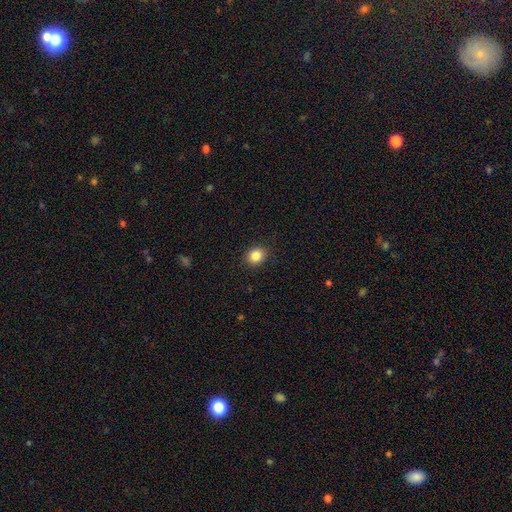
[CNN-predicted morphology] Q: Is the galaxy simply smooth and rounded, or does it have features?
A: smooth — 85%.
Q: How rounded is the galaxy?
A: round — 67%.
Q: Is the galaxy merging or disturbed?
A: none — 89%.